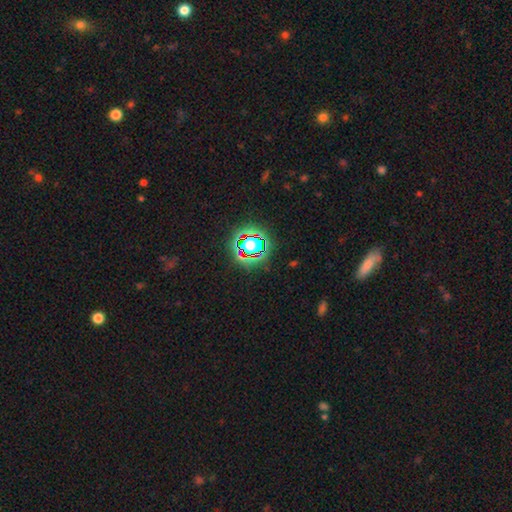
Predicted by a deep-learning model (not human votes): Smooth or featured? Predicted: star or artifact (p=0.75).